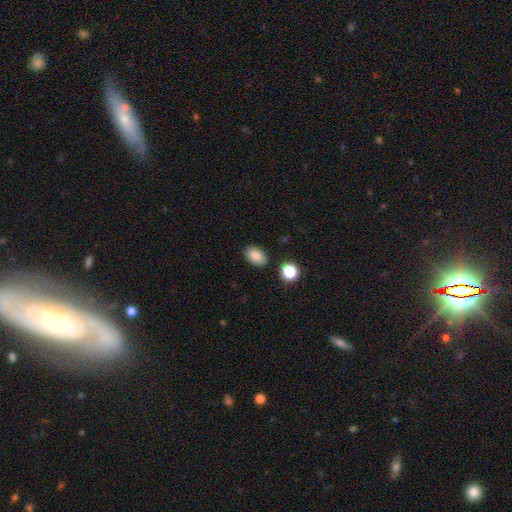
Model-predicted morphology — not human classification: Smooth or featured? smooth (86%)
How rounded? in between (89%)
Merging? none (86%)